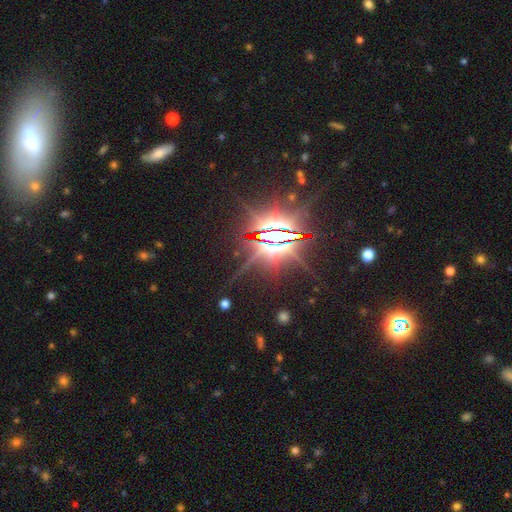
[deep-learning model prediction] This is clearly a star or artifact rather than a galaxy (81%).